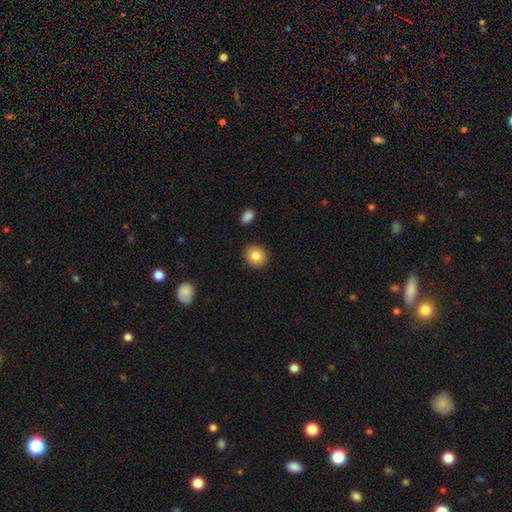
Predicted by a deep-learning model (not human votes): Smooth or featured? Predicted: smooth (p=0.83). How rounded? Predicted: round (p=0.76). Merging? Predicted: none (p=0.89).